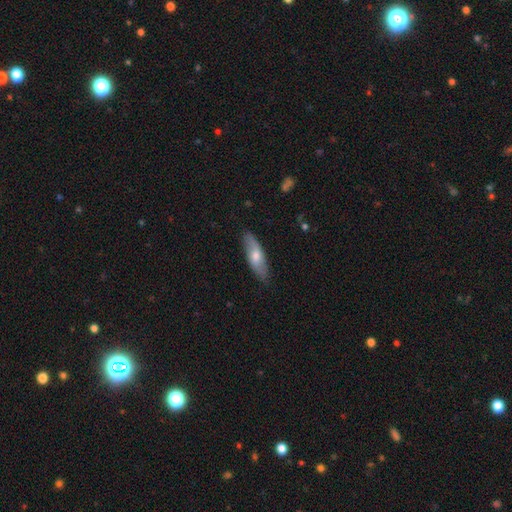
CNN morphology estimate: A smooth galaxy with no disk features (61%) that is in between round and cigar-shaped (54%). Merging: none (83%).